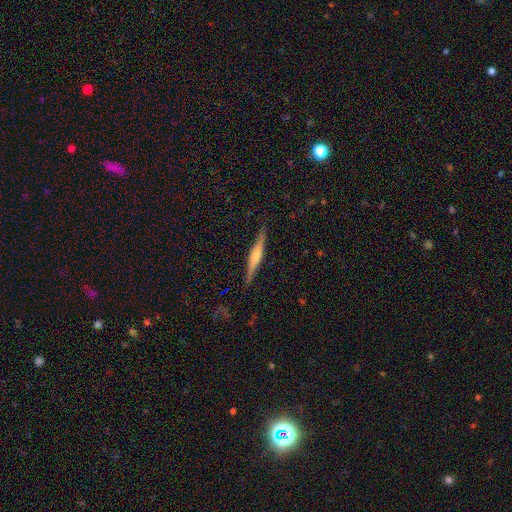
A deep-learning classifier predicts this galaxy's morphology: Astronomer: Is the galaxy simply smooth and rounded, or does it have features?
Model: featured or disk — 66%.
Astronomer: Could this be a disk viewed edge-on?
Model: yes — 97%.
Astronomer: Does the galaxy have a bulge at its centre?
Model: rounded — 70%.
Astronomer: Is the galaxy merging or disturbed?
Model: none — 88%.